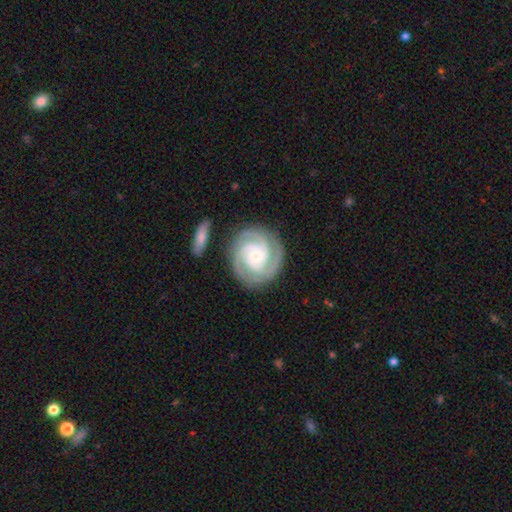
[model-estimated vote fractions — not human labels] Morphology: type=featured or disk (89%); edge-on=no (98%); bar=no (64%); spiral arms=yes (98%); winding=tight (74%); arm count=3 (44%); bulge=small (66%); merging=none (81%).